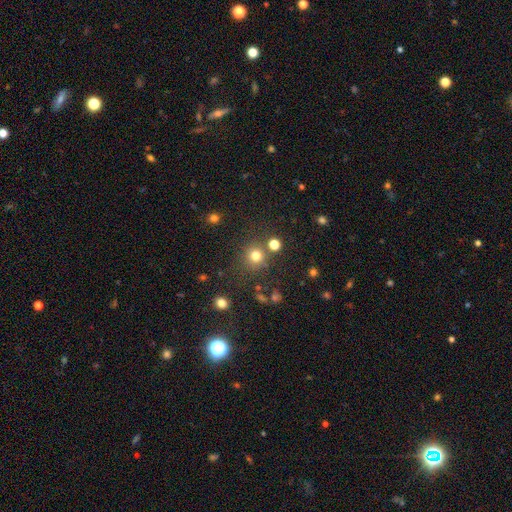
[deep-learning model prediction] smooth_or_featured: smooth (p=0.76) [alt: star or artifact p=0.18]
how_rounded: round (p=0.92) [alt: in between p=0.07]
merging: none (p=0.79) [alt: minor disturbance p=0.09]